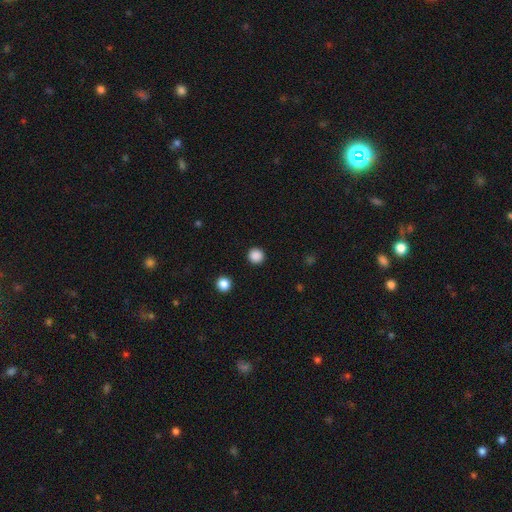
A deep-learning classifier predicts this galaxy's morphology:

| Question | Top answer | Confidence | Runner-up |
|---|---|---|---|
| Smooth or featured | smooth | 87% | star or artifact (11%) |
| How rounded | round | 95% | in between (4%) |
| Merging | none | 92% | minor disturbance (4%) |